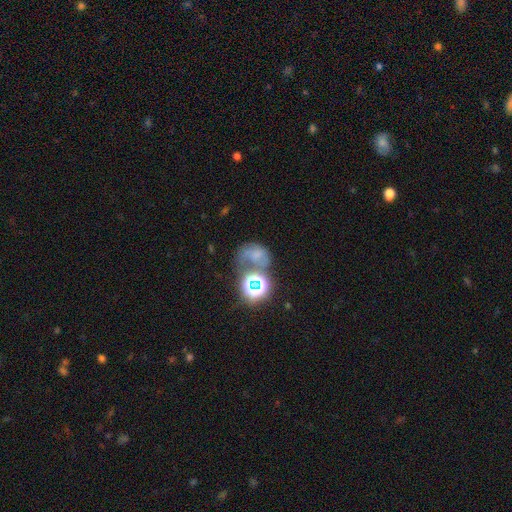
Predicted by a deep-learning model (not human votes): smooth 41%, star or artifact 31%, featured or disk 28%. Down the decision tree: merging — merger (30%).